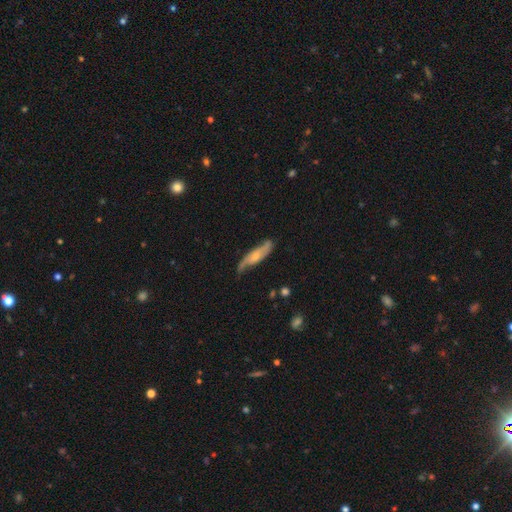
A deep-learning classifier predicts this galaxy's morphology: Smooth or featured?
  - featured or disk: 59% *
  - smooth: 36%
  - star or artifact: 6%
Edge-on disk?
  - no: 66% *
  - yes: 34%
Merging?
  - none: 63% *
  - minor disturbance: 27%
  - major disturbance: 8%
  - merger: 3%